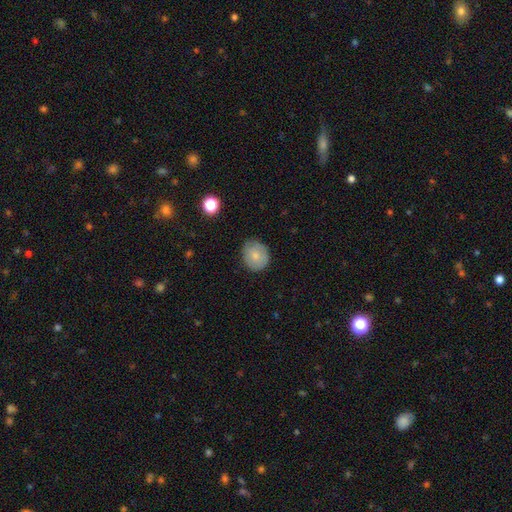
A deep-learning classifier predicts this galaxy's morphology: Smooth or featured? smooth (74%)
How rounded? round (77%)
Merging? none (77%)